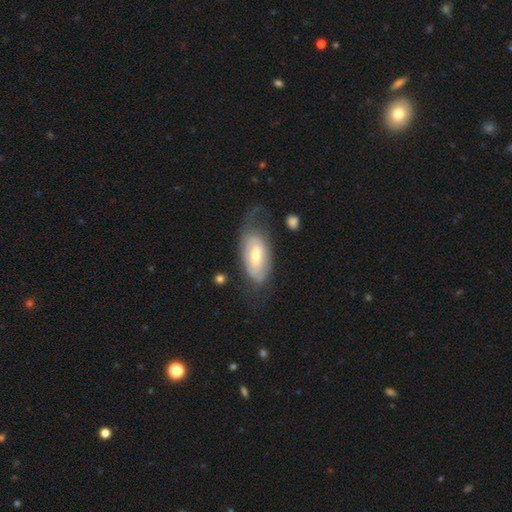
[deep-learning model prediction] This appears to be a featured or disk galaxy (57%) with no bar (53%), spiral arms (64%) and a moderate central bulge (53%). Merging: none (47%).